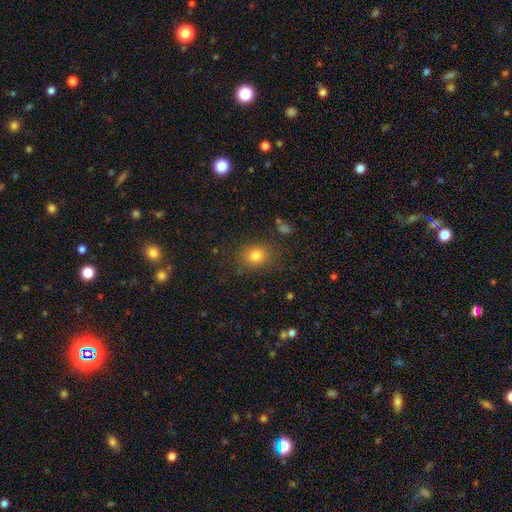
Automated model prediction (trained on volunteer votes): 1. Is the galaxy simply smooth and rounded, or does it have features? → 79% smooth, 13% star or artifact, 7% featured or disk.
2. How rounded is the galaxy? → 61% round, 38% in between, 1% cigar-shaped.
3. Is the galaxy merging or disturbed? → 82% none, 12% minor disturbance, 4% major disturbance, 2% merger.